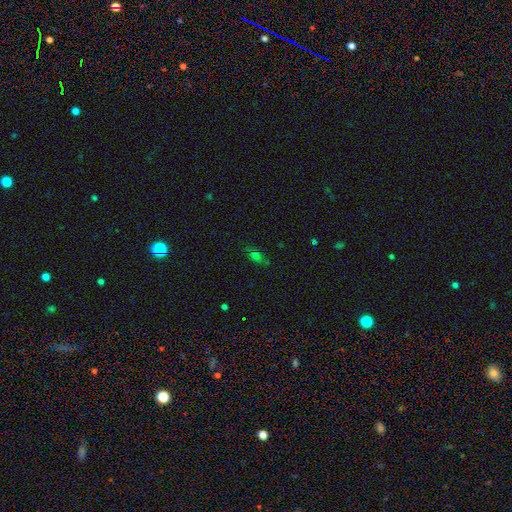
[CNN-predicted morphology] Q: Smooth or featured?
A: smooth (52%); runner-up: star or artifact (30%)
Q: How rounded?
A: in between (67%); runner-up: cigar-shaped (21%)
Q: Merging?
A: none (70%); runner-up: minor disturbance (19%)